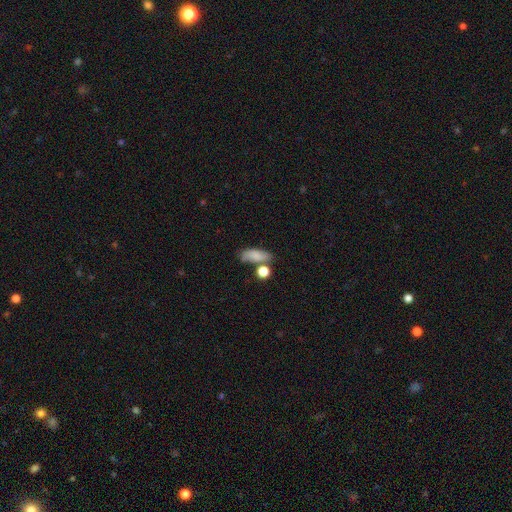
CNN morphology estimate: type=smooth (78%); roundness=in between (72%); merging=none (56%).